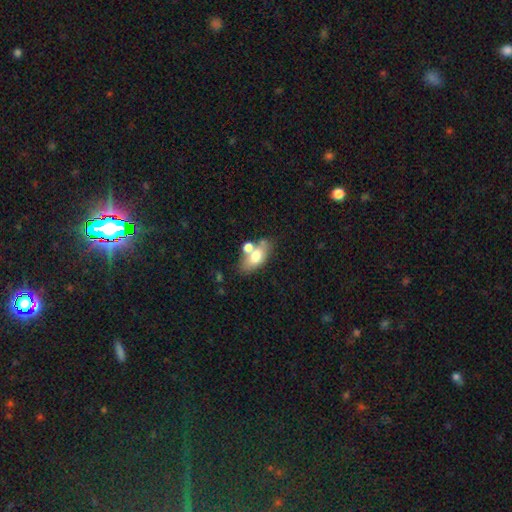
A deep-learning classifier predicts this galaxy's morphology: Smooth or featured: smooth — 68% (featured or disk — 24%)
How rounded: in between — 86% (round — 7%)
Merging: none — 52% (merger — 28%)